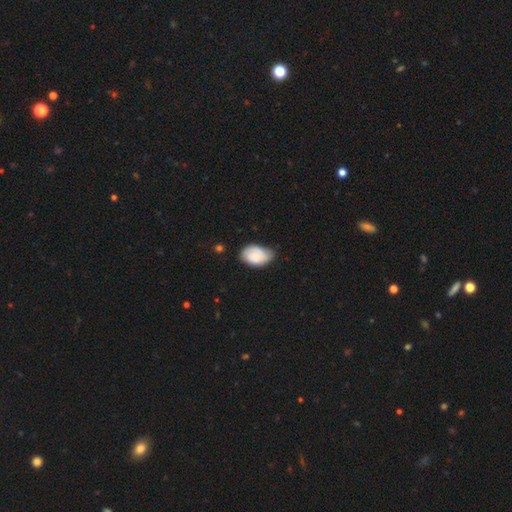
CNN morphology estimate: Smooth or featured? smooth (69%)
How rounded? in between (89%)
Merging? none (50%)